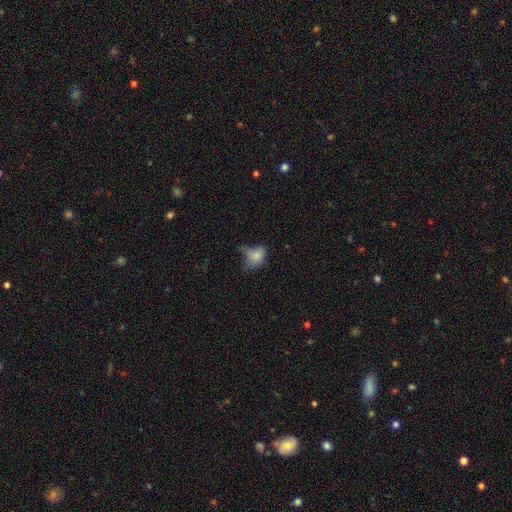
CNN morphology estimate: A smooth galaxy with no disk features (74%) that is in between round and cigar-shaped (74%). Merging: major disturbance (34%).